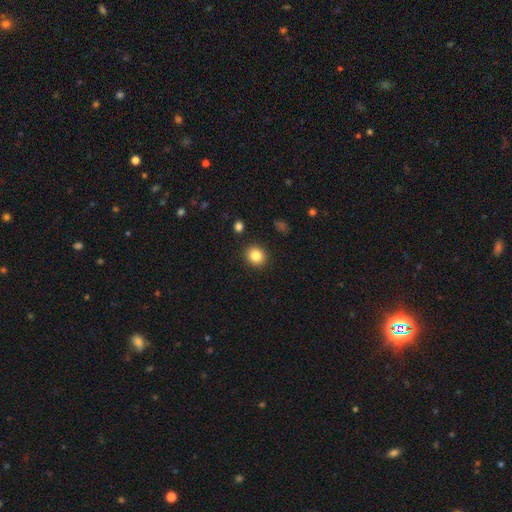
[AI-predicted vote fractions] smooth_or_featured: smooth (p=0.84) [alt: star or artifact p=0.10]
how_rounded: round (p=0.81) [alt: in between p=0.19]
merging: none (p=0.90) [alt: minor disturbance p=0.06]